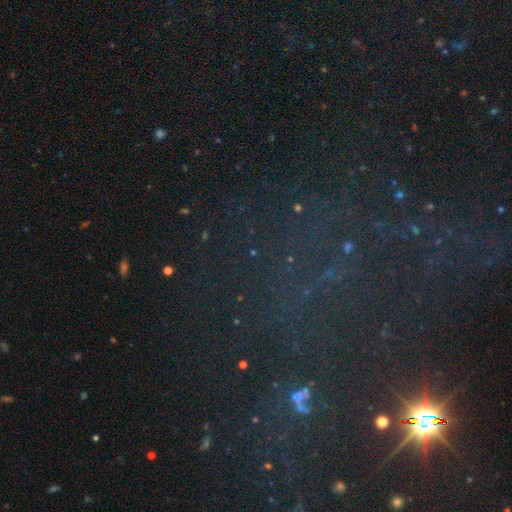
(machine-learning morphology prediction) The model was most divided on "smooth or featured": star or artifact: 76%, smooth: 13%, featured or disk: 10%.